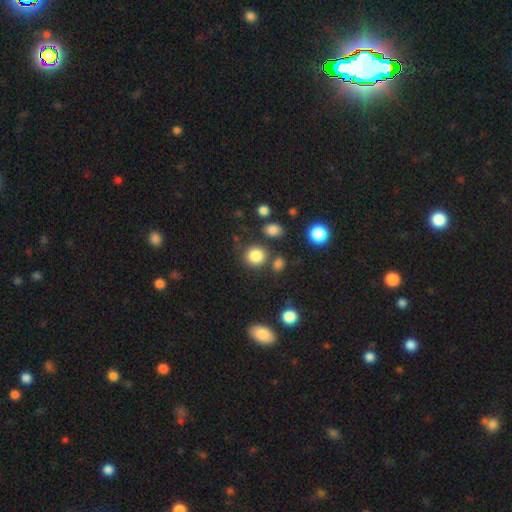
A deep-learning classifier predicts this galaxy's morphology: A smooth galaxy with no disk features (83%) that is round (84%). Merging: none (76%).